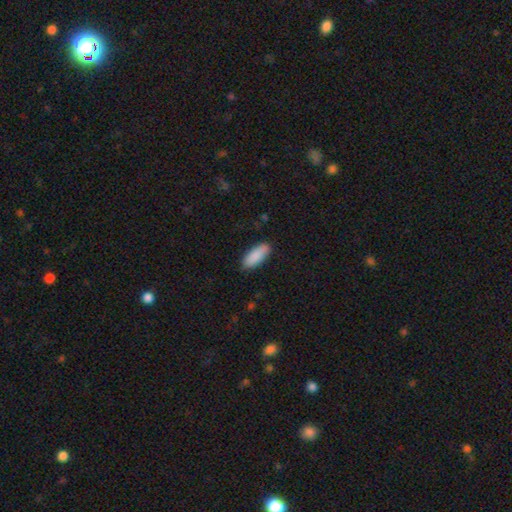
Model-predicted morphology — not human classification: The model was most divided on "how rounded": in between: 78%, cigar-shaped: 21%, round: 2%. More confident: smooth or featured — smooth (89%); merging — none (85%).